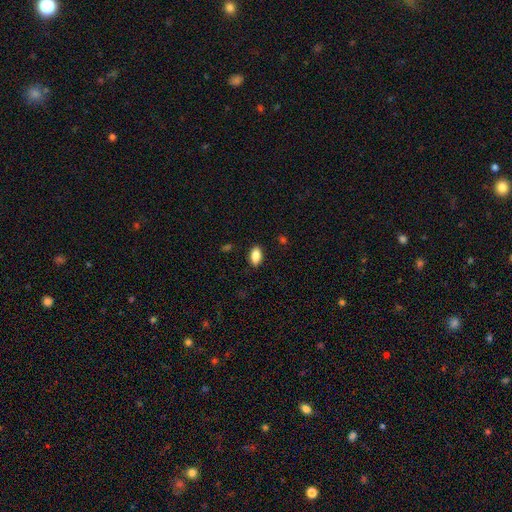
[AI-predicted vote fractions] Smooth or featured? smooth (86%)
How rounded? in between (91%)
Merging? none (88%)